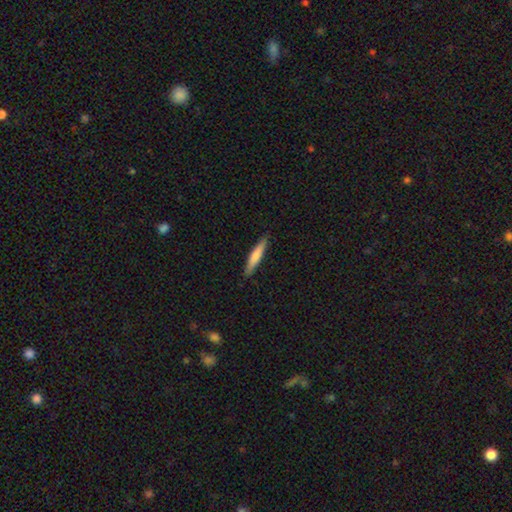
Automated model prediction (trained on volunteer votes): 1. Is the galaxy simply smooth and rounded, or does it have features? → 69% smooth, 26% featured or disk, 5% star or artifact.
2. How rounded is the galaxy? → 90% cigar-shaped, 9% in between, 1% round.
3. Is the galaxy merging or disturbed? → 89% none, 9% minor disturbance, 2% major disturbance, 1% merger.